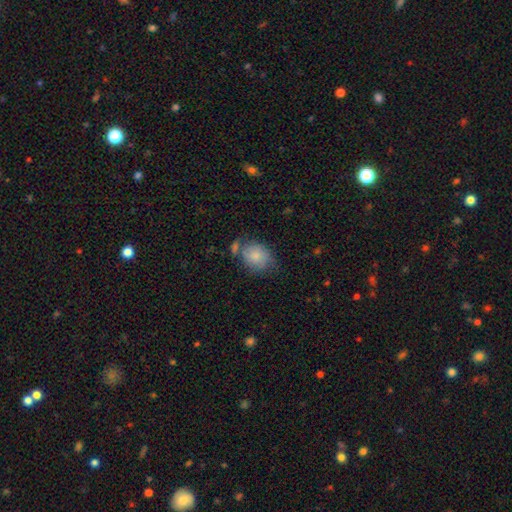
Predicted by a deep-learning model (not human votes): Overall: smooth (78%). How rounded: round (55%; in between 44%). Merging: none (49%; minor disturbance 26%).